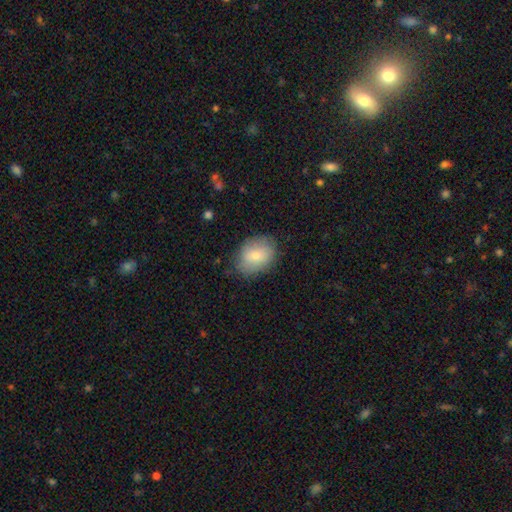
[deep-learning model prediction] The model was most divided on "how rounded": in between: 65%, round: 34%, cigar-shaped: 1%. More confident: merging — none (78%); smooth or featured — smooth (74%).